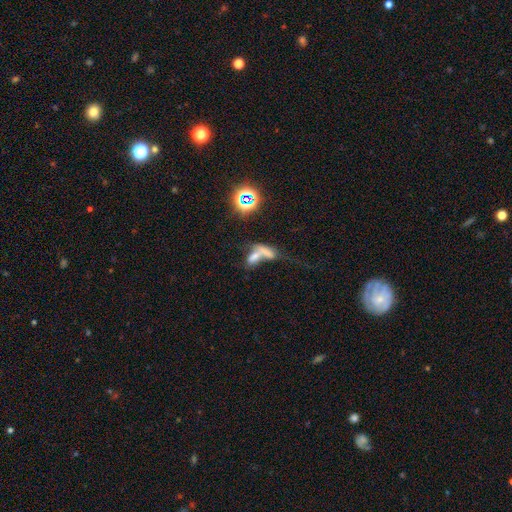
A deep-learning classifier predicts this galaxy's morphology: Smooth or featured: smooth — 55% (featured or disk — 24%)
How rounded: in between — 66% (cigar-shaped — 23%)
Merging: merger — 66% (none — 17%)